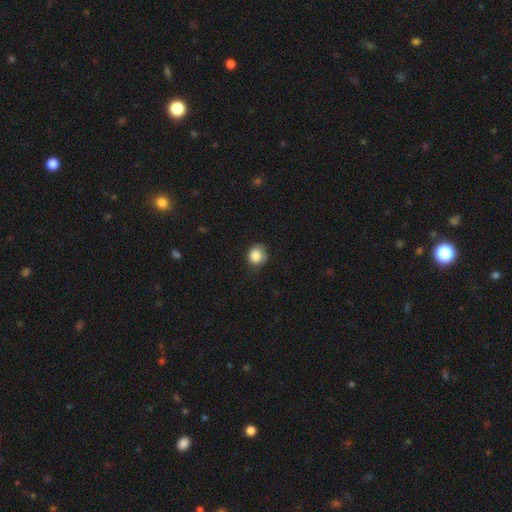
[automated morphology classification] Smooth or featured? Predicted: smooth (p=0.86). How rounded? Predicted: round (p=0.77). Merging? Predicted: none (p=0.67).